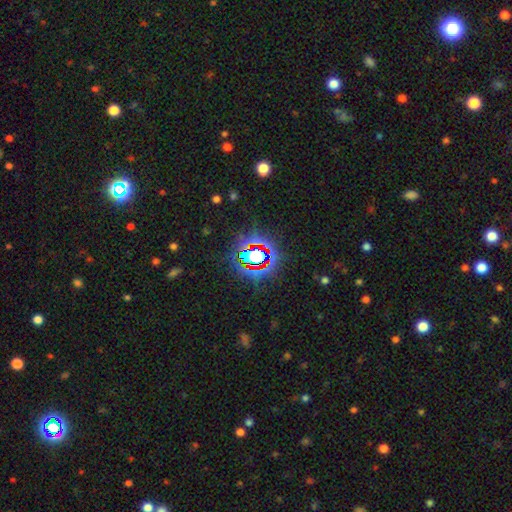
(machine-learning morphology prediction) type=star or artifact (73%).